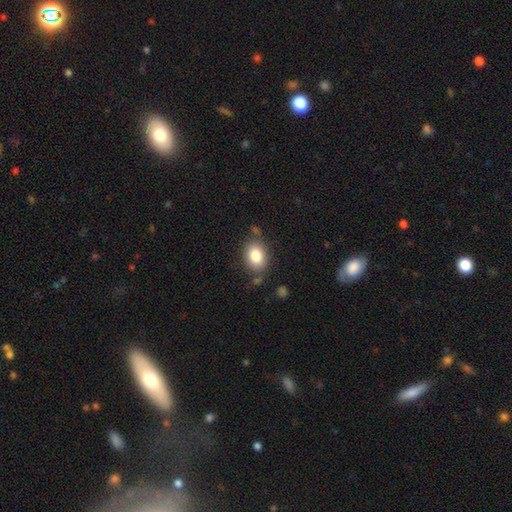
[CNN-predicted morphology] This appears to be a smooth galaxy with no disk features (83%) that is in between round and cigar-shaped (70%). Merging: none (75%).